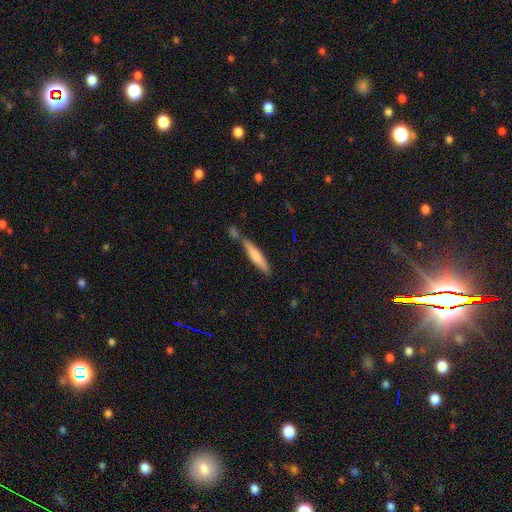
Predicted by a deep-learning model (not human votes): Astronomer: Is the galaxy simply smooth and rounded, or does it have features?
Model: smooth — 67%.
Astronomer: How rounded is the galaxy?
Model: cigar-shaped — 90%.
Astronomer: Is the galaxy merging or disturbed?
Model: none — 57%.